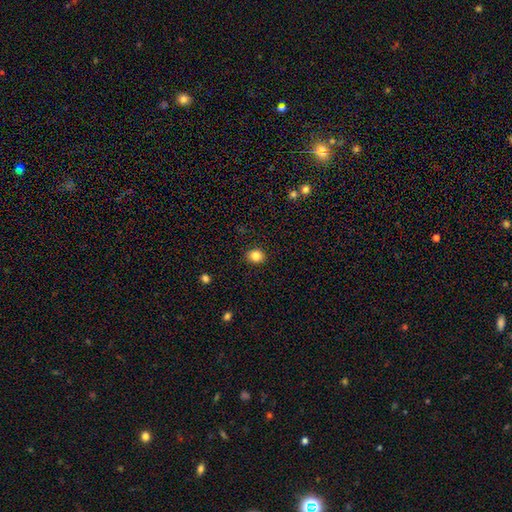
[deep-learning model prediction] The model was most divided on "how rounded": round: 64%, in between: 35%, cigar-shaped: 1%. More confident: merging — none (91%); smooth or featured — smooth (85%).